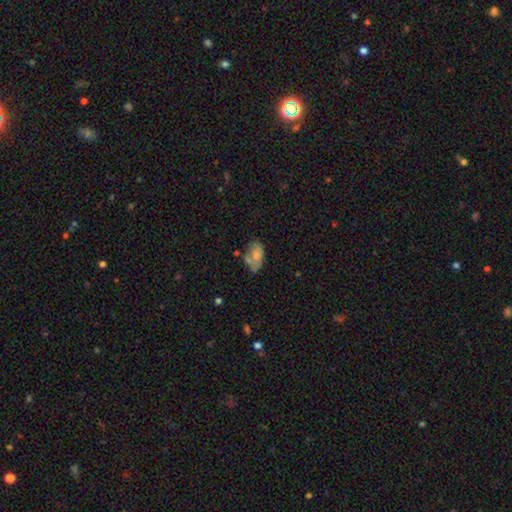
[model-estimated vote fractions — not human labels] This is likely a smooth galaxy (67%). How rounded: clearly in between (92%). Merging: possibly none (45%).